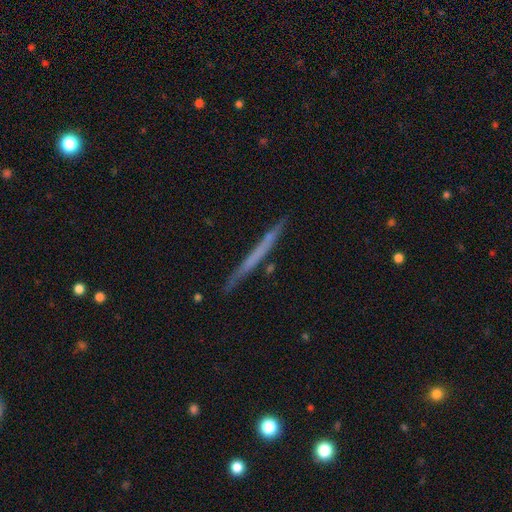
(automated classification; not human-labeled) smooth-or-featured: featured or disk: 50% | smooth: 44% | star or artifact: 6%
  merging: none: 88% | minor disturbance: 9% | merger: 2% | major disturbance: 2%